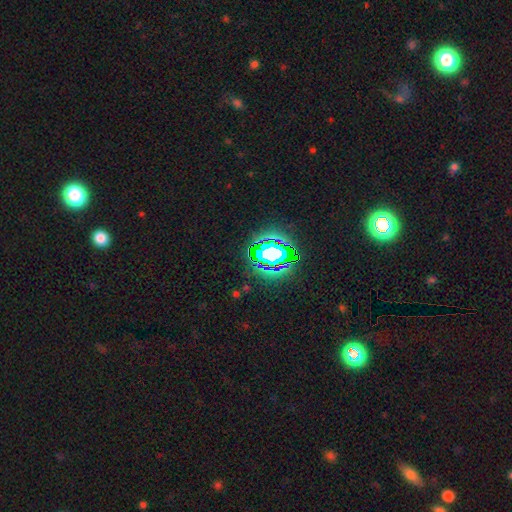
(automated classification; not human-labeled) A star or artifact, not a galaxy (80%).

Vote fractions:
- Smooth or featured? star or artifact: 80% / smooth: 13% / featured or disk: 7%